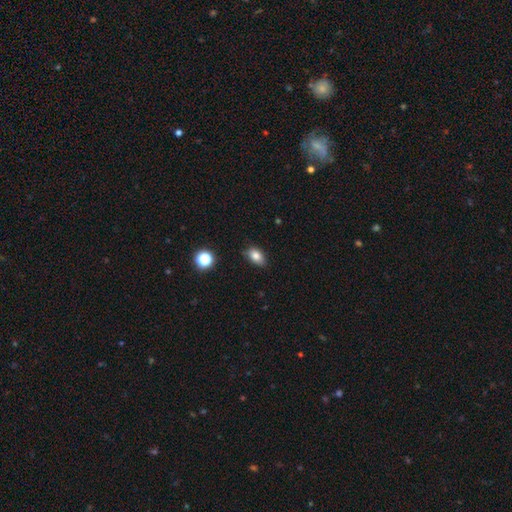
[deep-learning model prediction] Overall: smooth (82%). How rounded: in between (86%). Merging: none (78%).